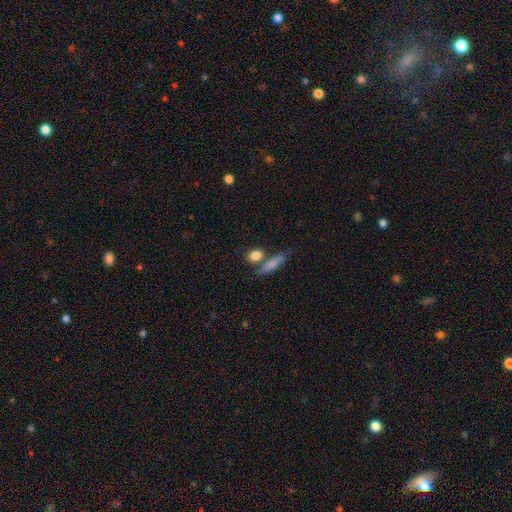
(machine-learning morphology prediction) A smooth galaxy with no disk features (83%) that is round (45%).

Vote fractions:
- Smooth or featured? smooth: 83% / featured or disk: 9% / star or artifact: 8%
- How rounded? round: 45% / in between: 42% / cigar-shaped: 13%
- Merging? none: 60% / merger: 23% / minor disturbance: 12% / major disturbance: 5%